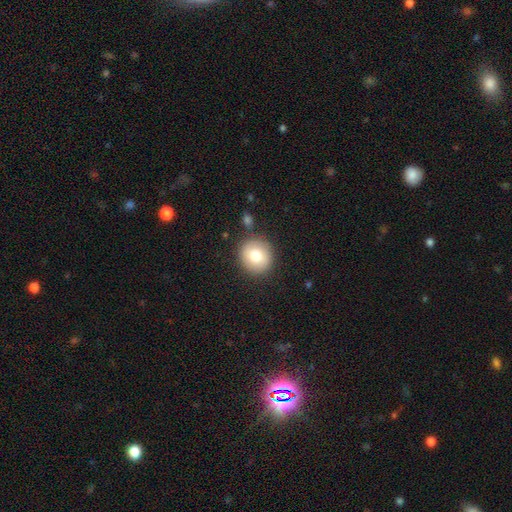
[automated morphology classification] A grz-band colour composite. It shows a smooth galaxy with no disk features (78%) that is round (88%). Merging: none (85%).